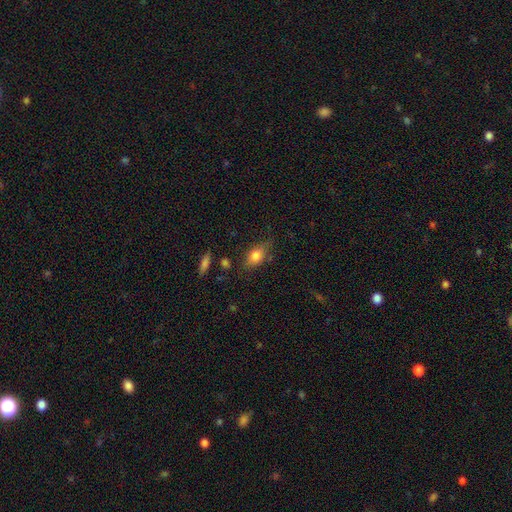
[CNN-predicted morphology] A smooth galaxy with no disk features (77%) that is in between round and cigar-shaped (80%). Merging: none (66%).